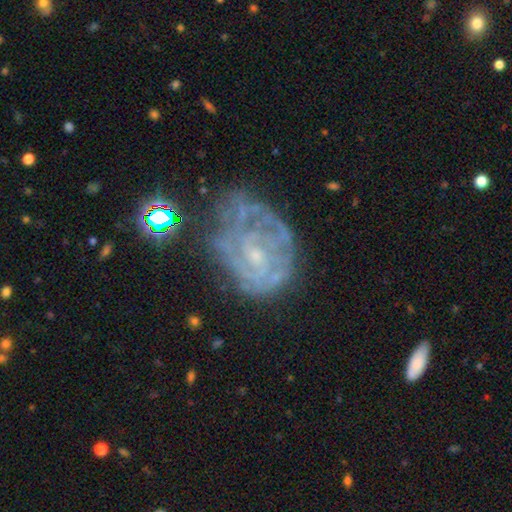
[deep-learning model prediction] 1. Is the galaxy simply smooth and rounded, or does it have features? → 75% featured or disk, 14% smooth, 11% star or artifact.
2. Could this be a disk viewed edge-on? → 97% no, 3% yes.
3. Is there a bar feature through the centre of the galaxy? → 62% no, 32% weak, 6% strong.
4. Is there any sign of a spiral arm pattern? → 70% yes, 30% no.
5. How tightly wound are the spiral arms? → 61% tight, 28% medium, 11% loose.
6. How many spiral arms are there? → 56% can't tell, 16% 2, 11% 3, 7% 4, 6% 1, 4% more than 4.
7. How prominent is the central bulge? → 67% small, 19% moderate, 12% none, 1% large, 1% dominant.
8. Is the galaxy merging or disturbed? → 43% none, 28% minor disturbance, 24% major disturbance, 5% merger.